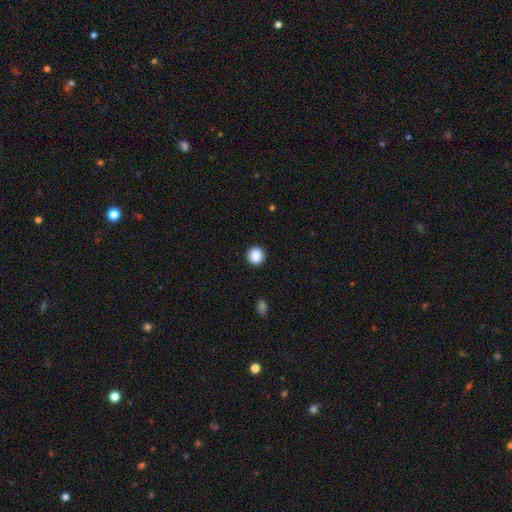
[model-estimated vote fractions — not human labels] Smooth or featured? Predicted: smooth (p=0.88). How rounded? Predicted: round (p=0.89). Merging? Predicted: none (p=0.91).